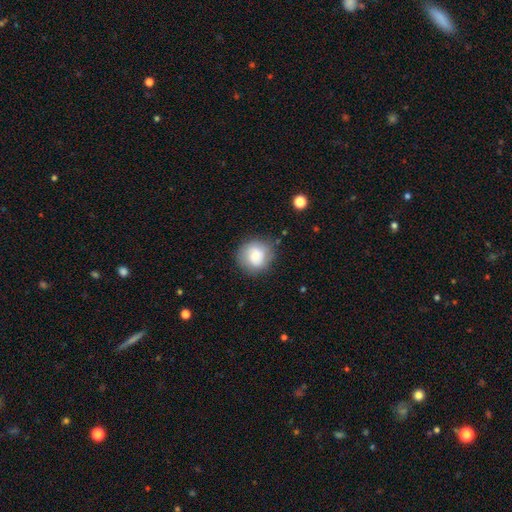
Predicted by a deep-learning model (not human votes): The model was most divided on "smooth or featured": smooth: 71%, featured or disk: 21%, star or artifact: 8%. More confident: how rounded — round (87%); merging — none (75%).